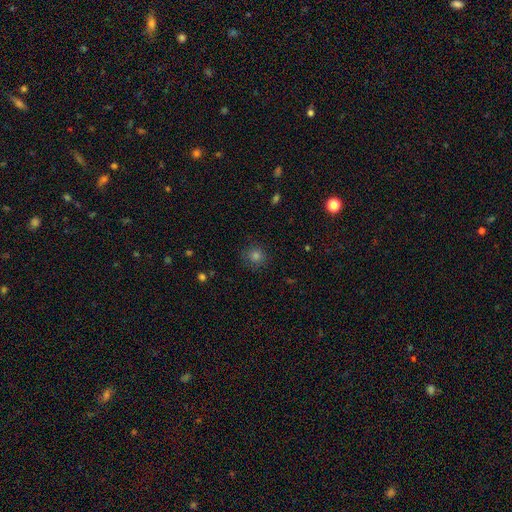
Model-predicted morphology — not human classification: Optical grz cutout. It shows a smooth galaxy with no disk features (73%) that is round (90%). Merging: none (86%).